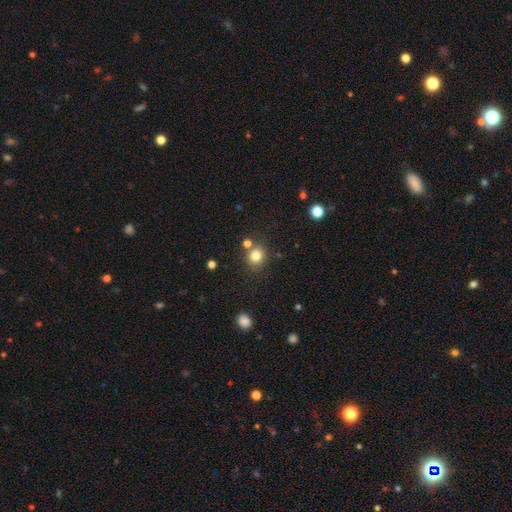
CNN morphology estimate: type=smooth (80%); roundness=round (78%); merging=none (75%).